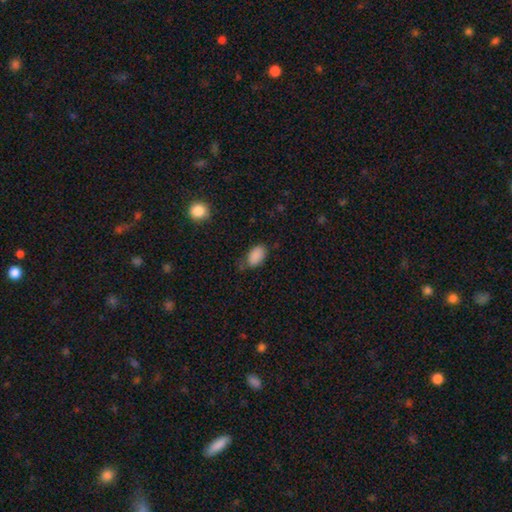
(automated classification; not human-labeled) A smooth galaxy with no disk features (88%) that is in between round and cigar-shaped (93%). Merging: none (66%).